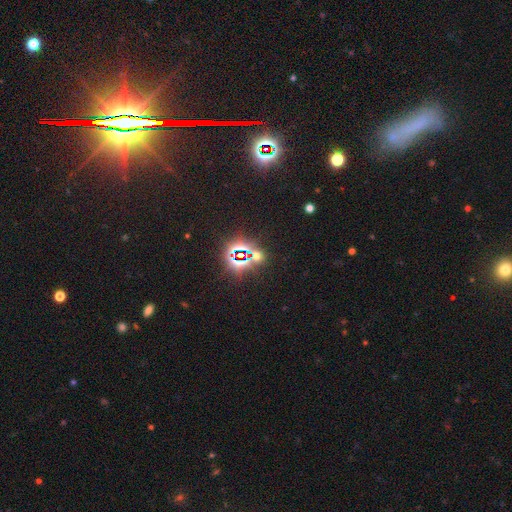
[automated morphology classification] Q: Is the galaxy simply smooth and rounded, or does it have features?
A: star or artifact — 71%.